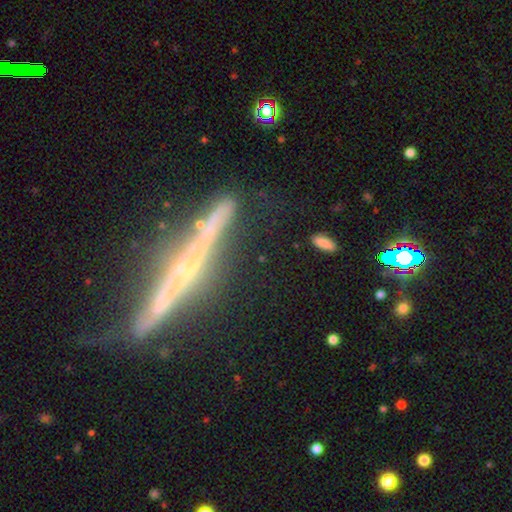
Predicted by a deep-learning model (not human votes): Q: Smooth or featured?
A: featured or disk (82%); runner-up: smooth (11%)
Q: Edge-on disk?
A: yes (96%); runner-up: no (4%)
Q: Edge-on bulge?
A: rounded (47%); runner-up: none (45%)
Q: Merging?
A: none (71%); runner-up: minor disturbance (20%)